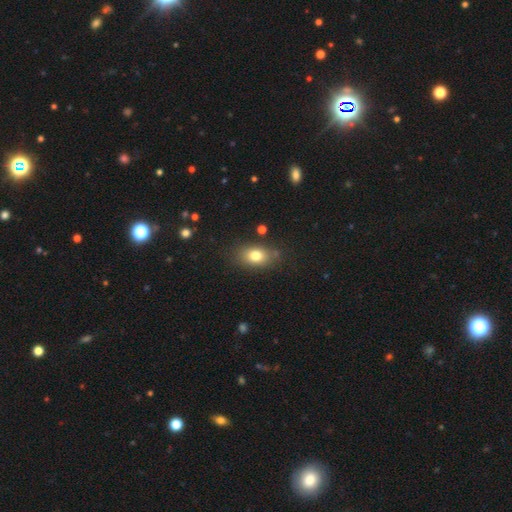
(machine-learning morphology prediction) A smooth galaxy with no disk features (78%) that is in between round and cigar-shaped (77%).

Vote fractions:
- Smooth or featured? smooth: 78% / featured or disk: 11% / star or artifact: 10%
- How rounded? in between: 77% / round: 21% / cigar-shaped: 2%
- Merging? none: 79% / minor disturbance: 14% / major disturbance: 4% / merger: 3%